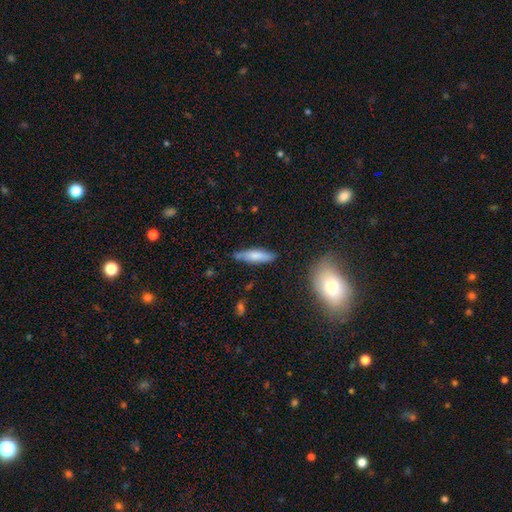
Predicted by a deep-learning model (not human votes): The model was most divided on "how rounded": cigar-shaped: 64%, in between: 34%, round: 2%. More confident: merging — none (74%); smooth or featured — smooth (73%).